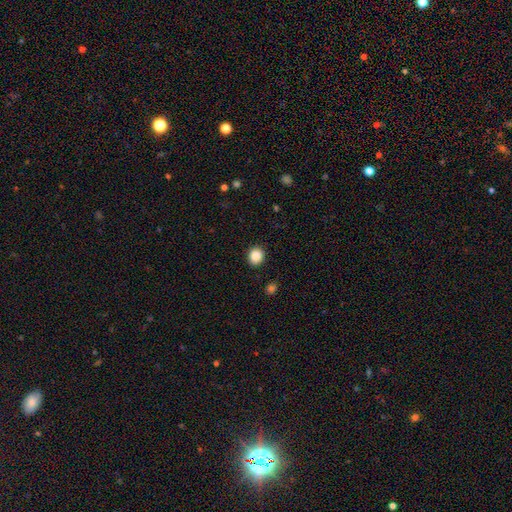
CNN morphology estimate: Q: Smooth or featured?
A: smooth (88%); runner-up: star or artifact (9%)
Q: How rounded?
A: round (78%); runner-up: in between (21%)
Q: Merging?
A: none (90%); runner-up: minor disturbance (7%)